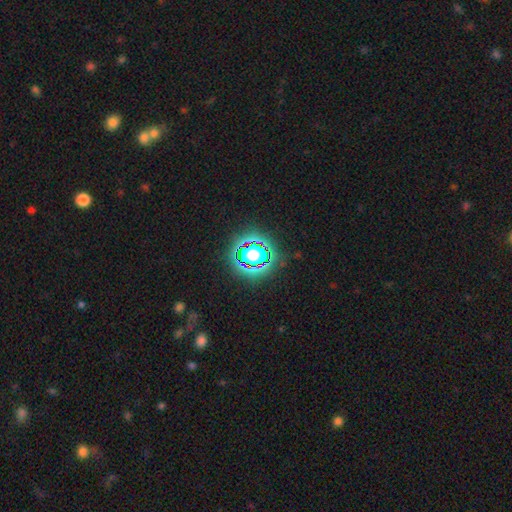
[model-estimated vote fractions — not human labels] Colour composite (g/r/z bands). It shows a star or artifact, not a galaxy (73%).